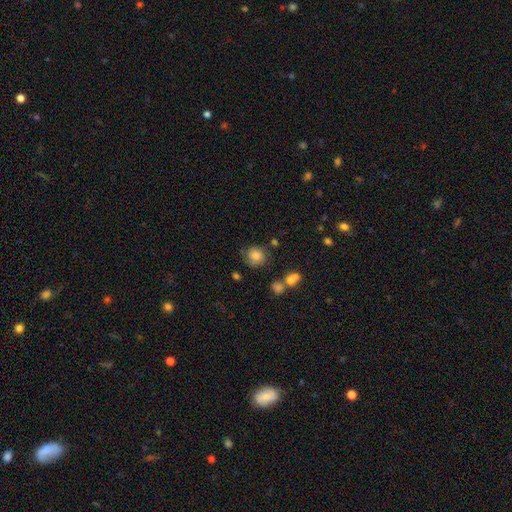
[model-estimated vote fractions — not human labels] Smooth or featured? smooth (76%)
How rounded? round (84%)
Merging? none (68%)